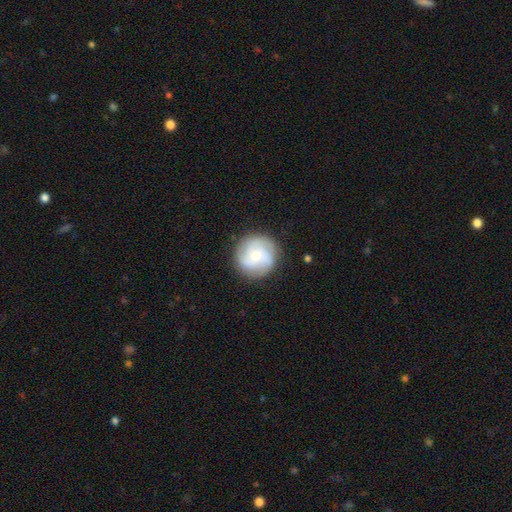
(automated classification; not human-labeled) This is likely a featured or disk galaxy (64%). It is clearly not viewed edge-on (98%). Bar: likely no (64%). Spiral arm pattern: clearly yes (93%). Spiral arm count: possibly 3 (49%). Spiral winding: marginally medium (43%). Central bulge: possibly small (52%). Merging: clearly none (84%).